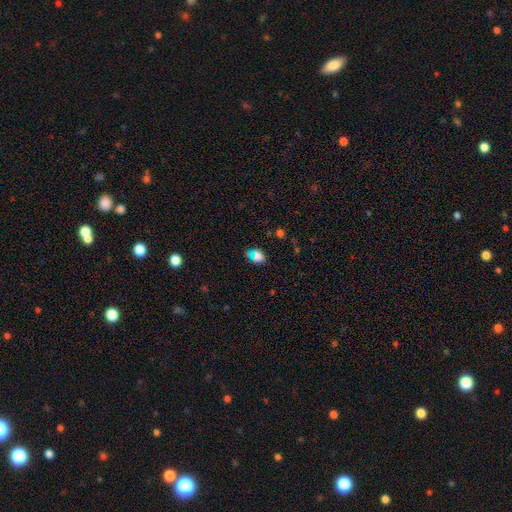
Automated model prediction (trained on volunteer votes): Smooth or featured? smooth (74%)
How rounded? in between (60%)
Merging? none (60%)